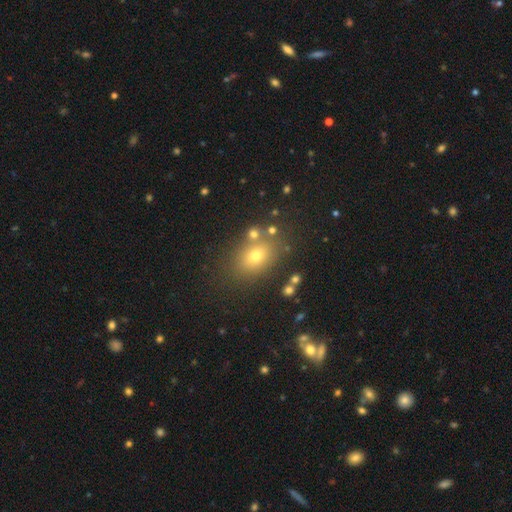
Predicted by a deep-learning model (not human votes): Q: Smooth or featured?
A: smooth (70%); runner-up: star or artifact (17%)
Q: How rounded?
A: in between (68%); runner-up: round (30%)
Q: Merging?
A: none (76%); runner-up: minor disturbance (11%)